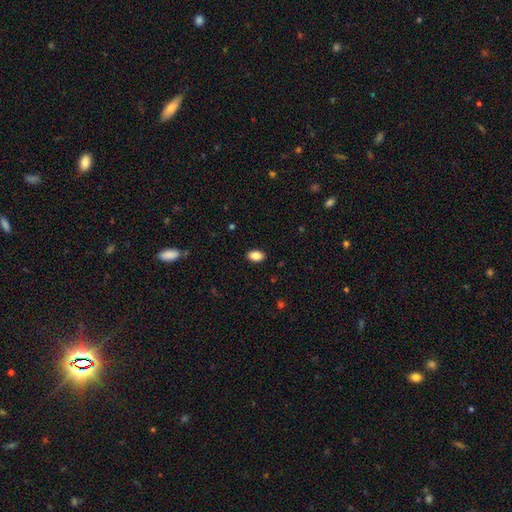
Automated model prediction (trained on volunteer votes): Smooth or featured?
  - smooth: 87% *
  - star or artifact: 8%
  - featured or disk: 5%
How rounded?
  - in between: 90% *
  - round: 9%
  - cigar-shaped: 2%
Merging?
  - none: 90% *
  - minor disturbance: 8%
  - major disturbance: 2%
  - merger: 1%